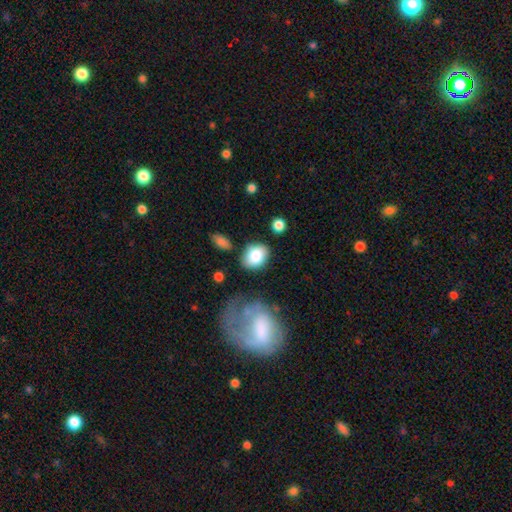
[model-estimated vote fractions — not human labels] smooth-or-featured: smooth: 81% | featured or disk: 11% | star or artifact: 7%
  how-rounded: in between: 64% | round: 34% | cigar-shaped: 1%
  merging: none: 73% | minor disturbance: 16% | merger: 6% | major disturbance: 5%